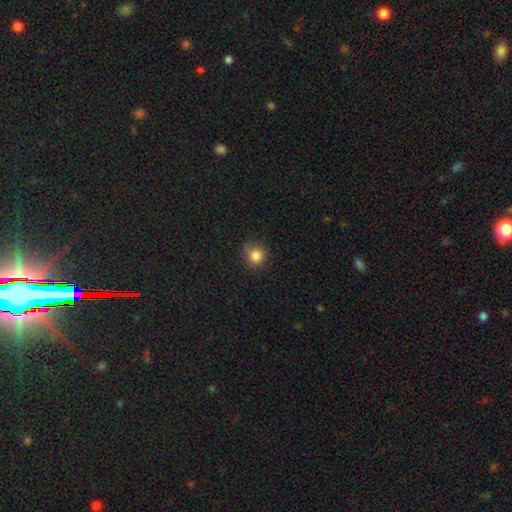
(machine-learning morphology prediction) A smooth galaxy with no disk features (83%) that is round (88%).

Vote fractions:
- Smooth or featured? smooth: 83% / star or artifact: 12% / featured or disk: 5%
- How rounded? round: 88% / in between: 11% / cigar-shaped: 1%
- Merging? none: 77% / minor disturbance: 18% / major disturbance: 4% / merger: 1%